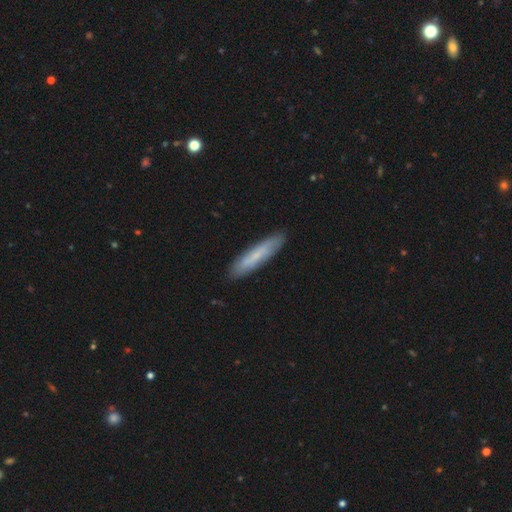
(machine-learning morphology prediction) This appears to be a smooth galaxy with no disk features (64%) that is cigar-shaped (86%). Merging: none (88%).